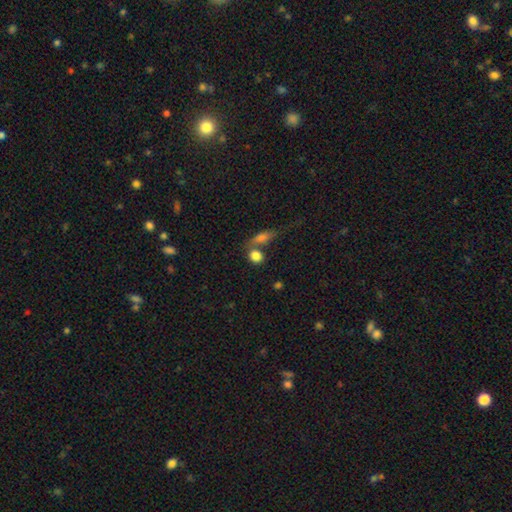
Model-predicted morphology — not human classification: Q: Smooth or featured?
A: smooth (83%); runner-up: star or artifact (9%)
Q: How rounded?
A: round (58%); runner-up: in between (38%)
Q: Merging?
A: none (51%); runner-up: merger (34%)